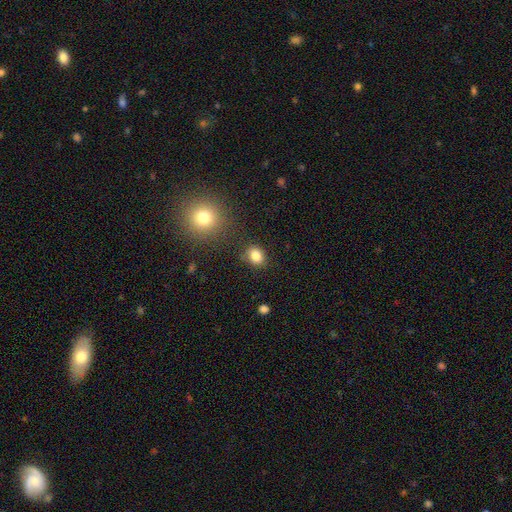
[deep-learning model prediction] A smooth galaxy with no disk features (84%) that is round (53%).

Vote fractions:
- Smooth or featured? smooth: 84% / star or artifact: 11% / featured or disk: 6%
- How rounded? round: 53% / in between: 46% / cigar-shaped: 1%
- Merging? none: 83% / minor disturbance: 11% / merger: 3% / major disturbance: 3%